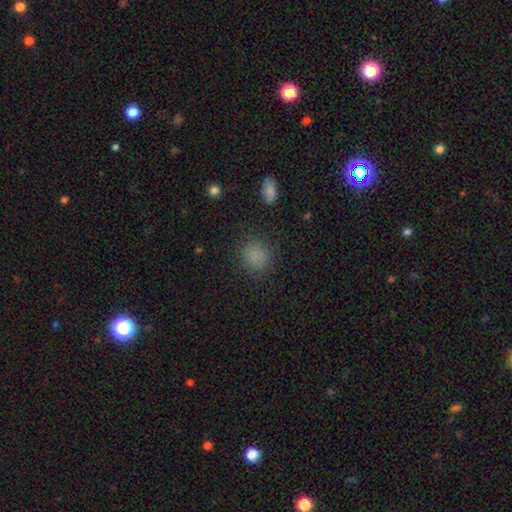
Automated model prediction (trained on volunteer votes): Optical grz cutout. It shows a smooth galaxy with no disk features (83%) that is round (81%). Merging: none (85%).